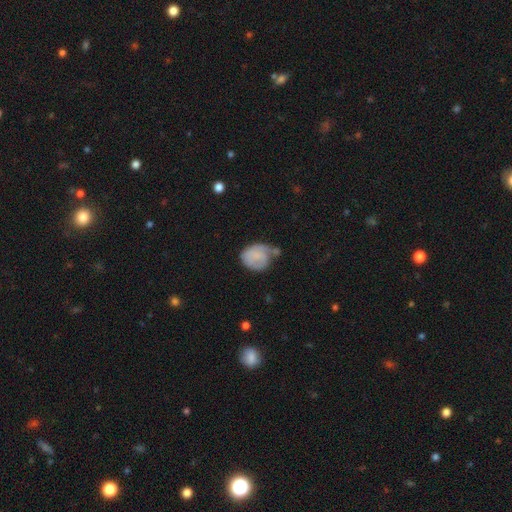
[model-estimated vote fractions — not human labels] smooth_or_featured: smooth (p=0.63) [alt: featured or disk p=0.30]
how_rounded: round (p=0.61) [alt: in between p=0.38]
merging: minor disturbance (p=0.34) [alt: none p=0.33]